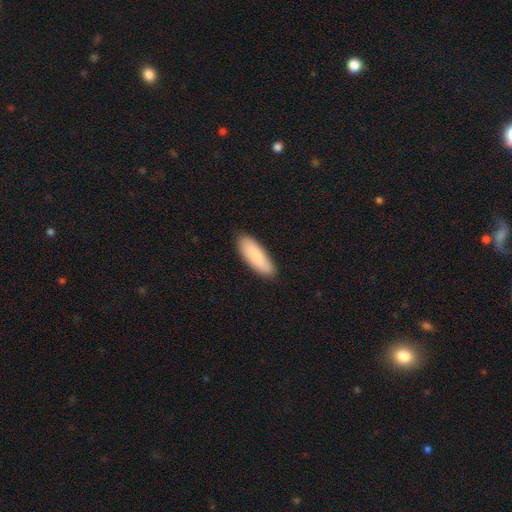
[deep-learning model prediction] This appears to be a smooth galaxy with no disk features (84%) that is in between round and cigar-shaped (59%). Merging: none (87%).